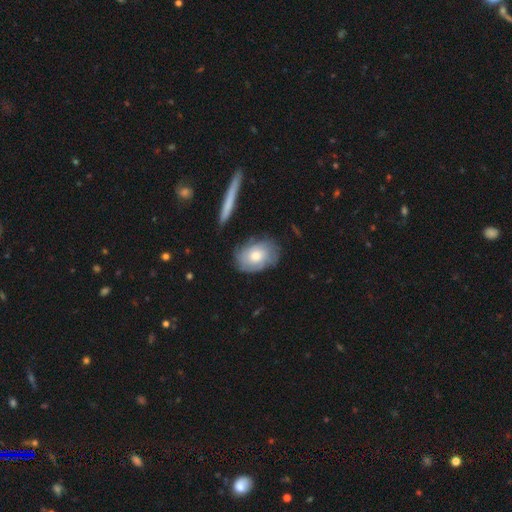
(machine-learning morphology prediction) Q: Smooth or featured?
A: featured or disk (55%); runner-up: smooth (38%)
Q: Edge-on disk?
A: no (93%); runner-up: yes (7%)
Q: Bar?
A: no (81%); runner-up: weak (17%)
Q: Spiral arms?
A: yes (79%); runner-up: no (21%)
Q: Bulge size?
A: moderate (66%); runner-up: large (16%)
Q: Merging?
A: none (73%); runner-up: minor disturbance (18%)